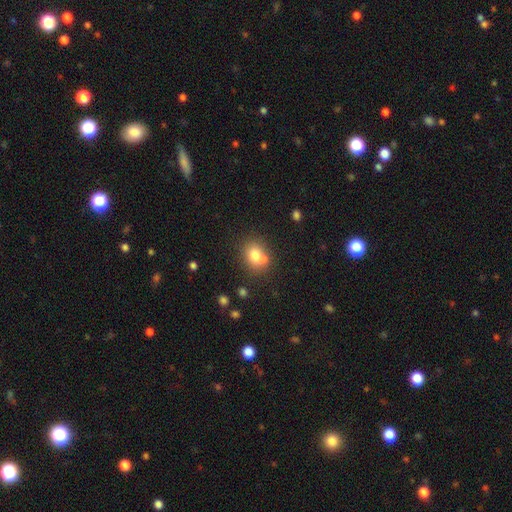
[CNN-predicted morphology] Smooth or featured? Predicted: smooth (p=0.73). How rounded? Predicted: round (p=0.67). Merging? Predicted: none (p=0.50).